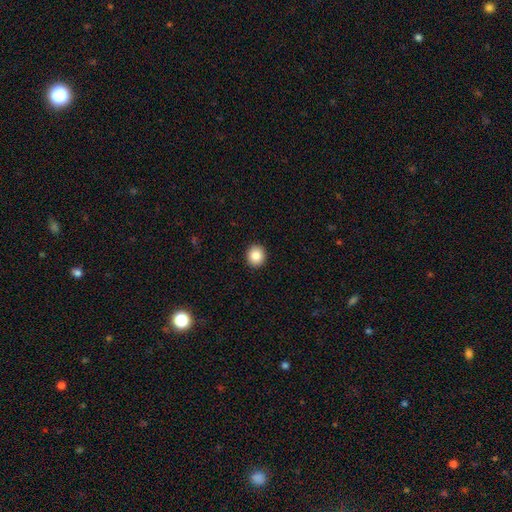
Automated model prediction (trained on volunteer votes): Morphology: type=smooth (86%); roundness=round (88%); merging=none (93%).